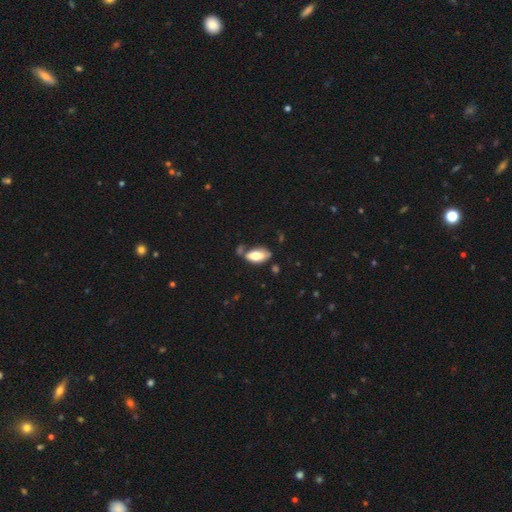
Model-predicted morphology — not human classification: This is likely a smooth galaxy (71%). How rounded: clearly in between (89%). Merging: possibly none (52%).